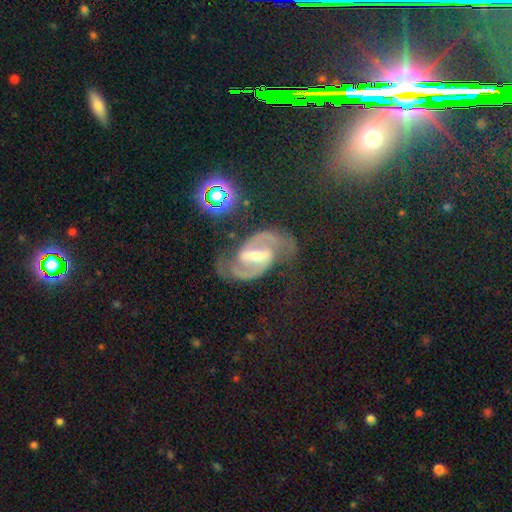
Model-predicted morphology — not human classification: This appears to be a featured or disk galaxy (84%) with a strong bar (53%), 2 (94%) medium (61%) spiral arms (97%) and a moderate central bulge (49%). Merging: none (74%).